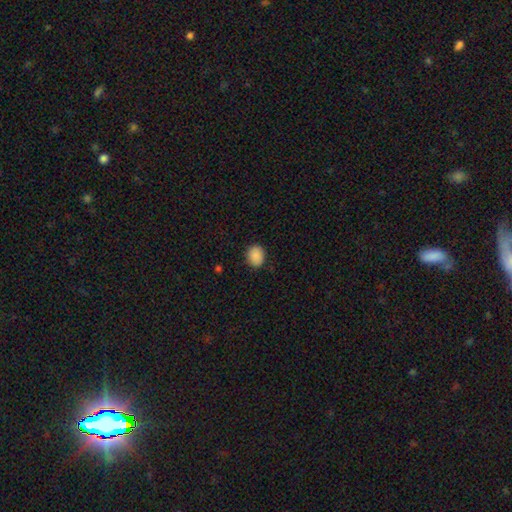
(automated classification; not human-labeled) Overall: smooth (88%). How rounded: round (57%; in between 42%). Merging: none (86%).